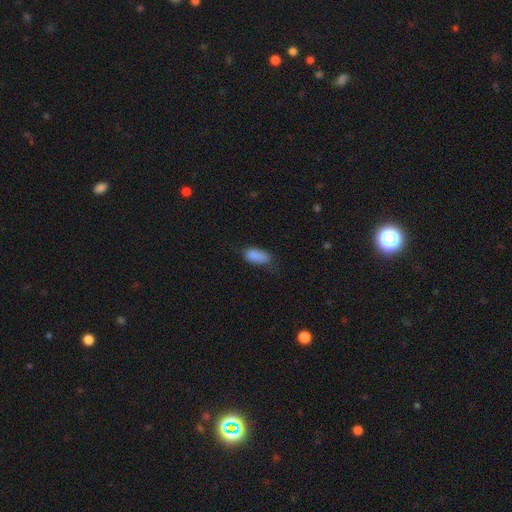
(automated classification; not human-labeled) A smooth galaxy with no disk features (84%) that is in between round and cigar-shaped (88%). Merging: none (49%).